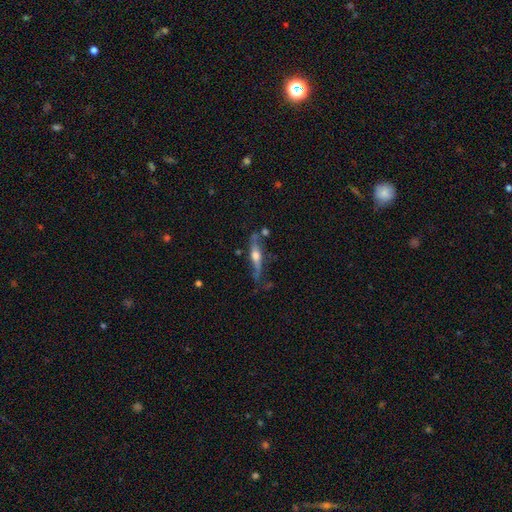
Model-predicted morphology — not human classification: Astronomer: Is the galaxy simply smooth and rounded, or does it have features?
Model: featured or disk — 66%.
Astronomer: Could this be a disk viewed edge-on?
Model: yes — 85%.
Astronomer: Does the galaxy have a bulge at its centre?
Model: rounded — 90%.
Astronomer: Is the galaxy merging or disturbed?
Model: none — 61%.